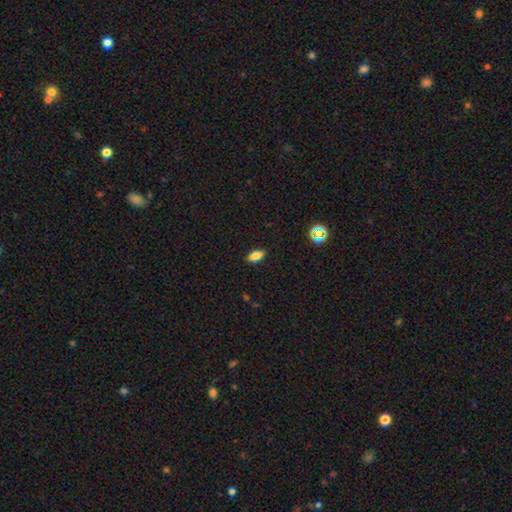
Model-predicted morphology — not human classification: Overall: smooth (79%). How rounded: in between (87%). Merging: none (87%).